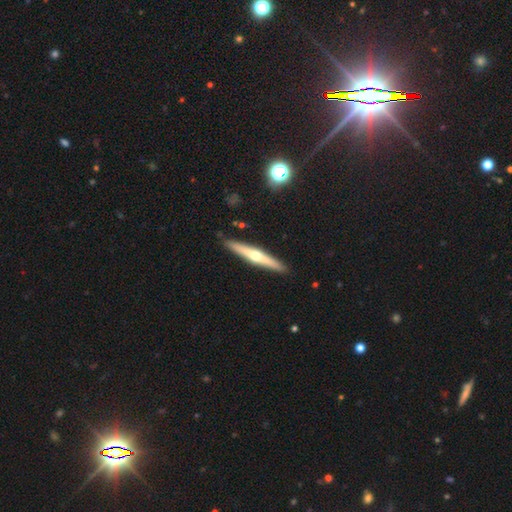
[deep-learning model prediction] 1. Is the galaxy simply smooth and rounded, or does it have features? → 61% featured or disk, 33% smooth, 5% star or artifact.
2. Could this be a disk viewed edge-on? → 96% yes, 4% no.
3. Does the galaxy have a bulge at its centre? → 88% rounded, 10% none, 2% boxy.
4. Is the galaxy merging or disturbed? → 91% none, 6% minor disturbance, 1% major disturbance, 1% merger.